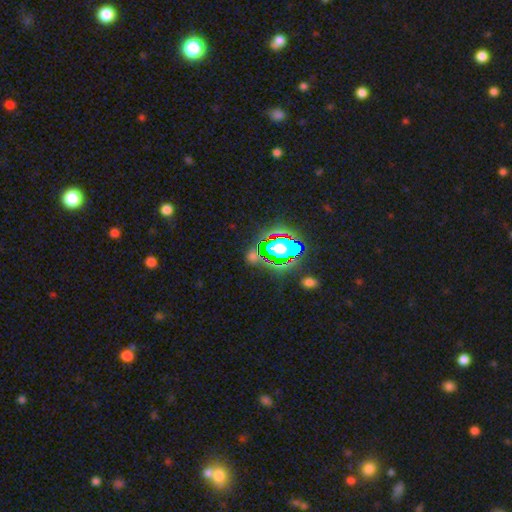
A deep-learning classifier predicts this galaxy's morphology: This is likely a star or artifact rather than a galaxy (66%).